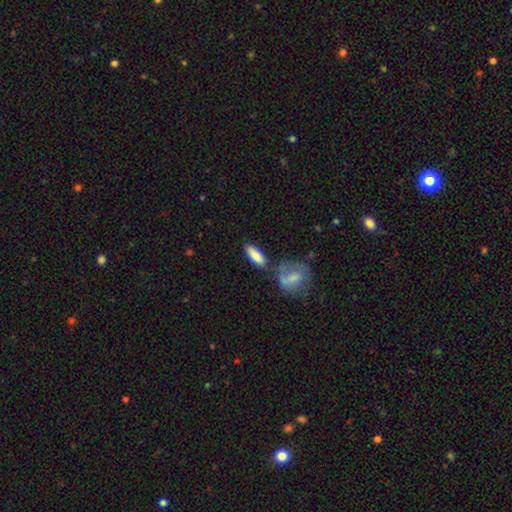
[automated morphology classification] smooth_or_featured: smooth (p=0.82) [alt: featured or disk p=0.12]
how_rounded: in between (p=0.58) [alt: cigar-shaped p=0.39]
merging: none (p=0.67) [alt: minor disturbance p=0.15]